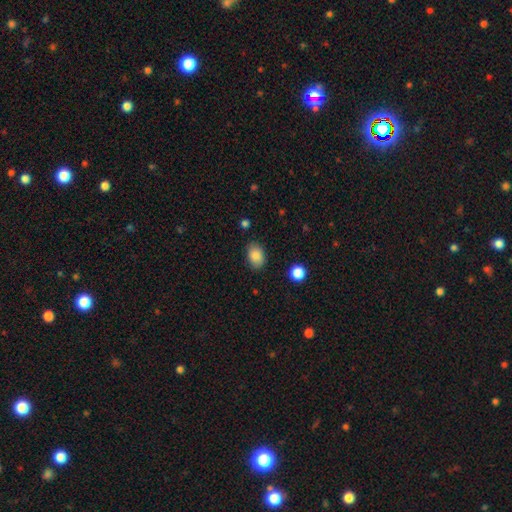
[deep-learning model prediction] A smooth galaxy with no disk features (86%) that is in between round and cigar-shaped (79%).

Vote fractions:
- Smooth or featured? smooth: 86% / star or artifact: 8% / featured or disk: 6%
- How rounded? in between: 79% / round: 19% / cigar-shaped: 1%
- Merging? none: 83% / minor disturbance: 12% / major disturbance: 3% / merger: 2%